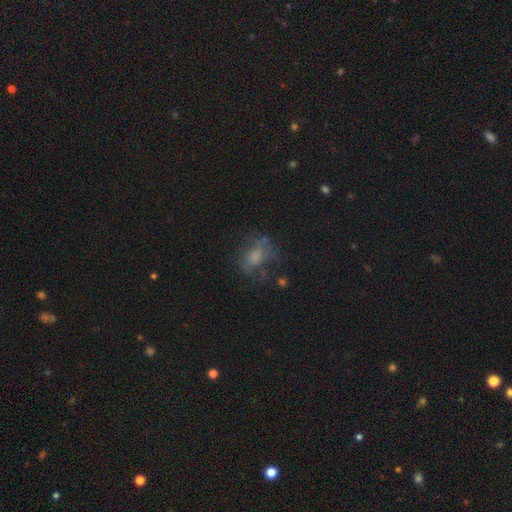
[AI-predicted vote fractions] This is possibly a smooth galaxy (48%). Merging: possibly none (49%).